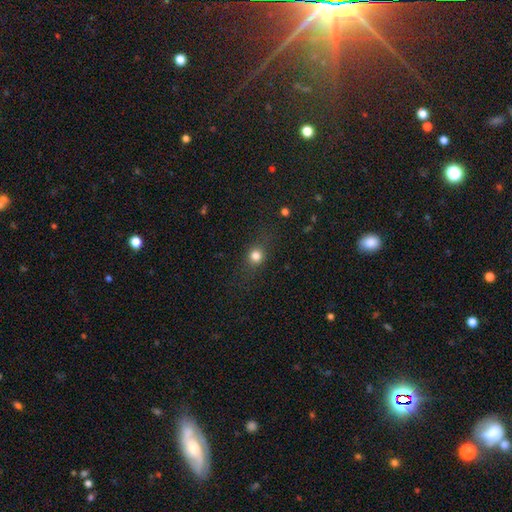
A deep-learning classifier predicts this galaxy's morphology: Smooth or featured? Predicted: smooth (p=0.77). How rounded? Predicted: round (p=0.78). Merging? Predicted: none (p=0.79).